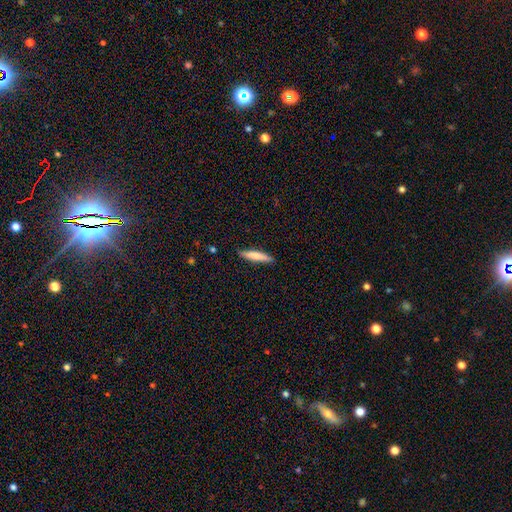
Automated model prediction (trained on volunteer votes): Morphology: type=smooth (76%); roundness=cigar-shaped (88%); merging=none (87%).